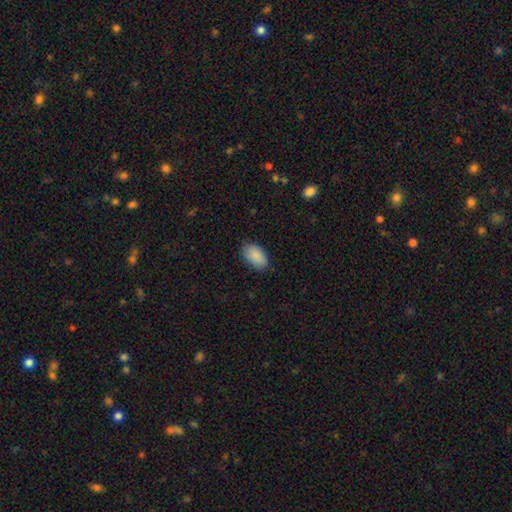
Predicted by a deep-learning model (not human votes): A smooth galaxy with no disk features (89%) that is in between round and cigar-shaped (94%). Merging: none (83%).